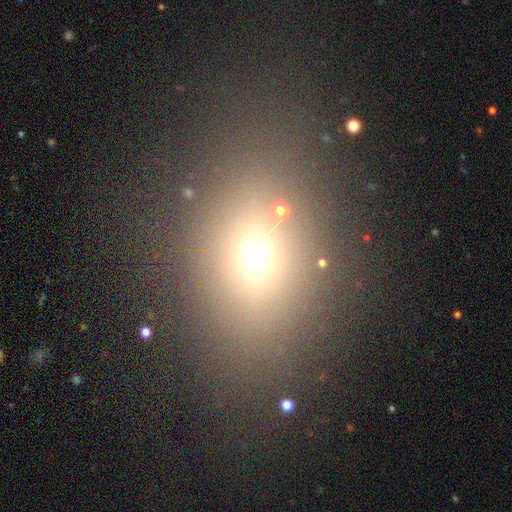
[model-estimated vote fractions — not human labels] The model was most divided on "how rounded": in between: 57%, round: 41%, cigar-shaped: 2%. More confident: merging — none (78%); smooth or featured — smooth (64%).